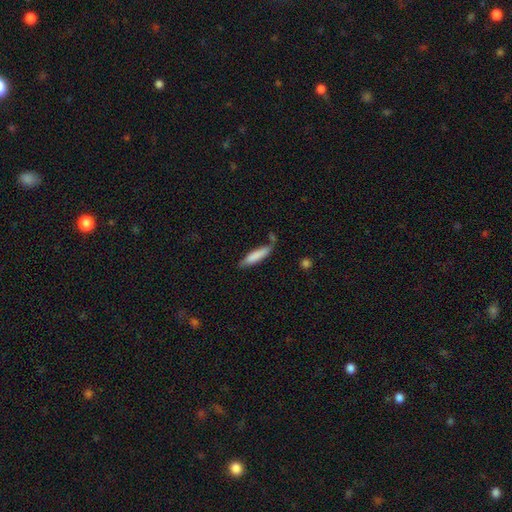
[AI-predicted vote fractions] Overall: smooth (81%). How rounded: cigar-shaped (78%). Merging: none (65%).